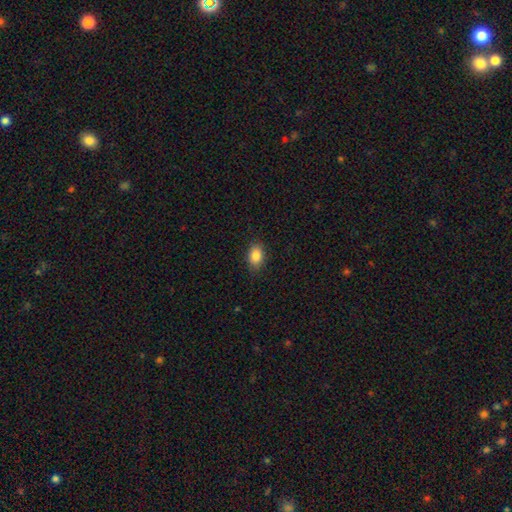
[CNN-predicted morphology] Smooth or featured? Predicted: smooth (p=0.86). How rounded? Predicted: in between (p=0.82). Merging? Predicted: none (p=0.86).